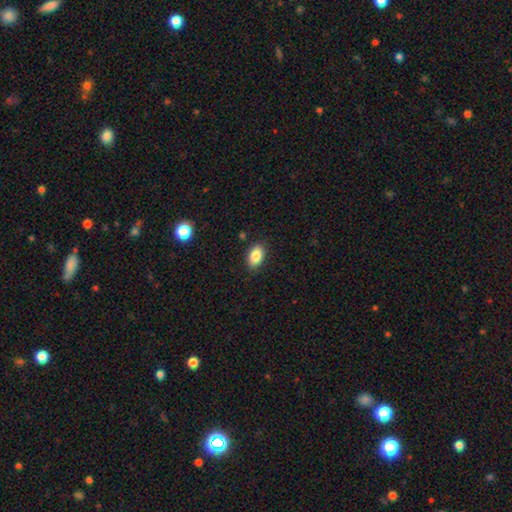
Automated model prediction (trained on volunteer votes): Smooth or featured?
  - smooth: 86% *
  - star or artifact: 8%
  - featured or disk: 6%
How rounded?
  - in between: 91% *
  - round: 8%
  - cigar-shaped: 1%
Merging?
  - none: 86% *
  - minor disturbance: 10%
  - major disturbance: 2%
  - merger: 1%